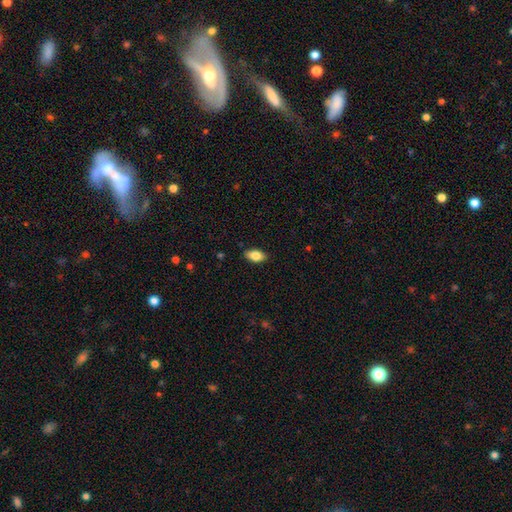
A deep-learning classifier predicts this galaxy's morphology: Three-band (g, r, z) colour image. It shows a smooth galaxy with no disk features (83%) that is in between round and cigar-shaped (92%). Merging: none (88%).